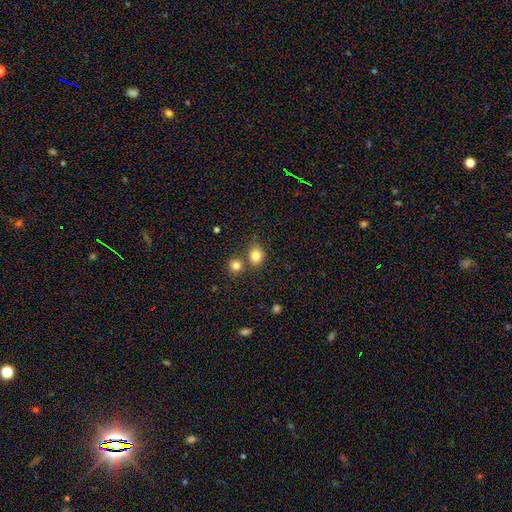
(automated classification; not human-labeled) Overall: smooth (82%). How rounded: round (68%; in between 31%). Merging: none (64%).